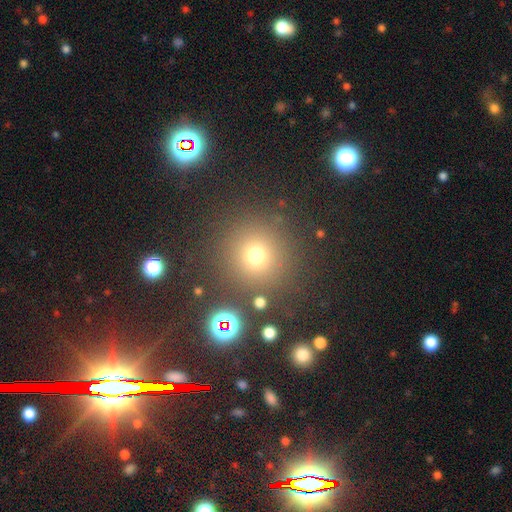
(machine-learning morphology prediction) Smooth or featured? smooth (70%)
How rounded? round (94%)
Merging? none (85%)